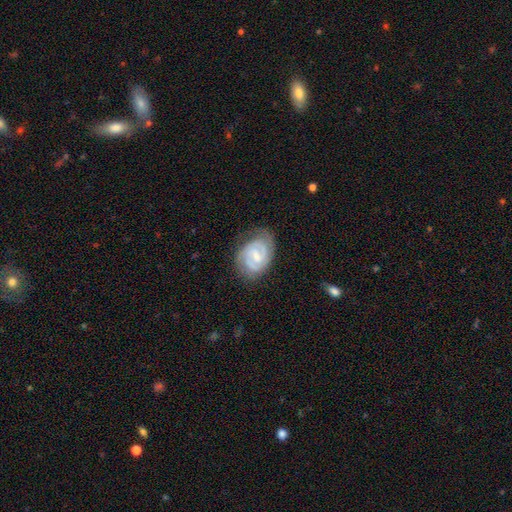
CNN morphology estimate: smooth_or_featured: featured or disk (p=0.82) [alt: smooth p=0.13]
disk_edge_on: no (p=0.98) [alt: yes p=0.02]
bar: weak (p=0.60) [alt: no p=0.24]
has_spiral_arms: yes (p=0.95) [alt: no p=0.05]
spiral_winding: tight (p=0.55) [alt: medium p=0.37]
spiral_arm_count: 2 (p=0.76) [alt: can't tell p=0.11]
bulge_size: small (p=0.57) [alt: moderate p=0.31]
merging: none (p=0.72) [alt: minor disturbance p=0.20]